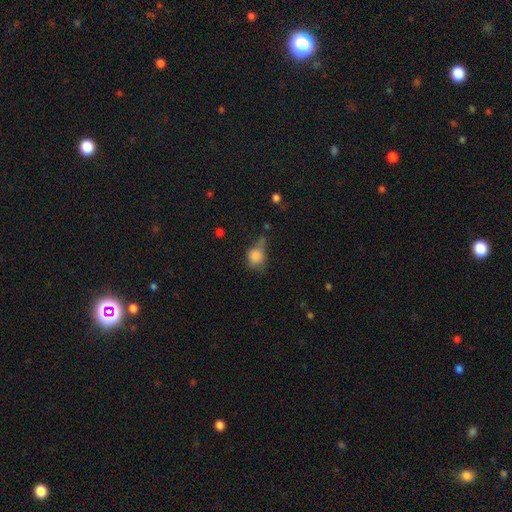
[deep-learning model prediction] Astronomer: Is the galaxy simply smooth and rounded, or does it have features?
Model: smooth — 77%.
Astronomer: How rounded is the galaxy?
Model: round — 54% (runner-up: in between, 44%).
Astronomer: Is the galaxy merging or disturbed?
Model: minor disturbance — 35% (runner-up: none, 32%).